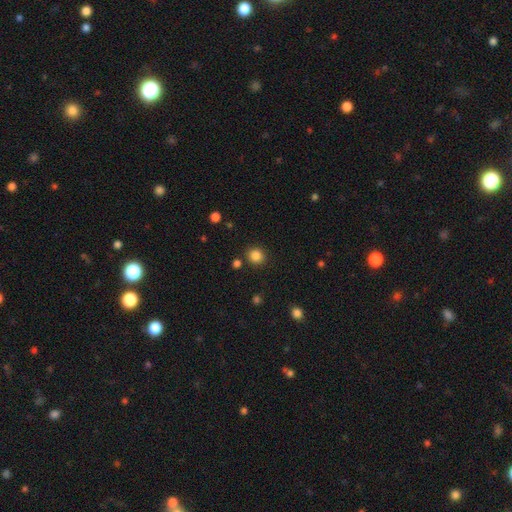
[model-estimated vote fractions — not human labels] smooth-or-featured: smooth: 85% | star or artifact: 11% | featured or disk: 4%
  how-rounded: round: 91% | in between: 8% | cigar-shaped: 1%
  merging: none: 87% | minor disturbance: 7% | merger: 4% | major disturbance: 3%